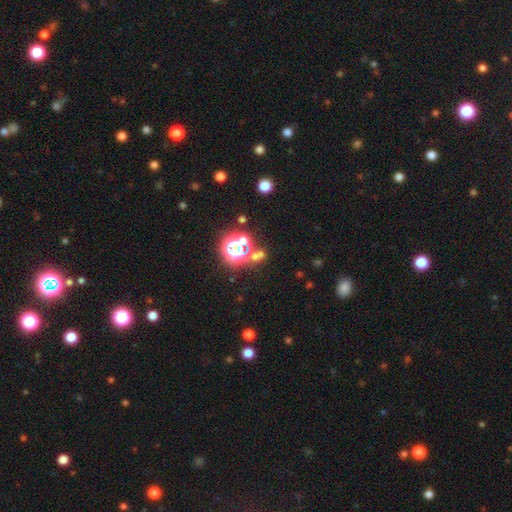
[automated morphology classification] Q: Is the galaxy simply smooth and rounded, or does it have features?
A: star or artifact — 51%.